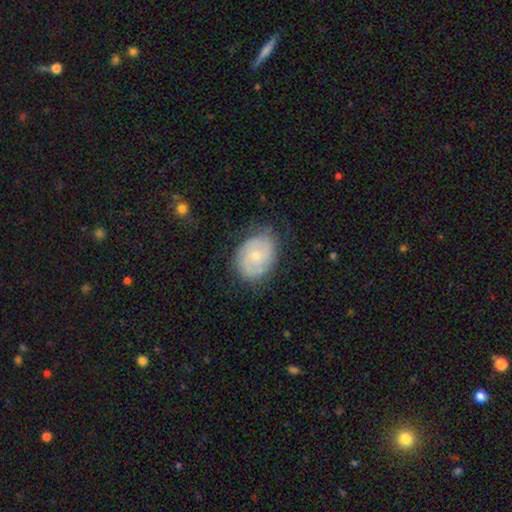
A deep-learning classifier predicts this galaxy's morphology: Smooth or featured? featured or disk (51%)
Edge-on disk? no (96%)
Merging? none (68%)